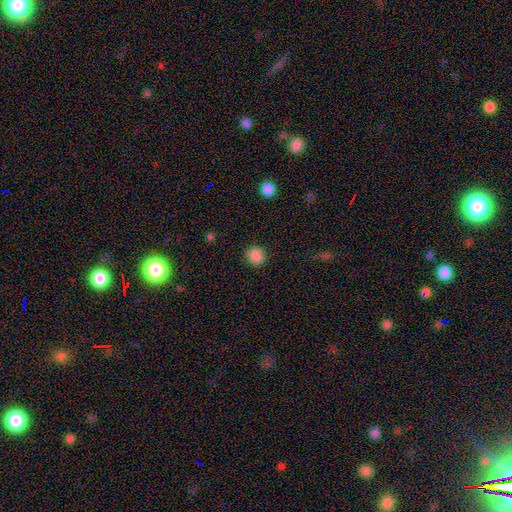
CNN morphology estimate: Overall: smooth (88%). How rounded: round (84%). Merging: none (89%).